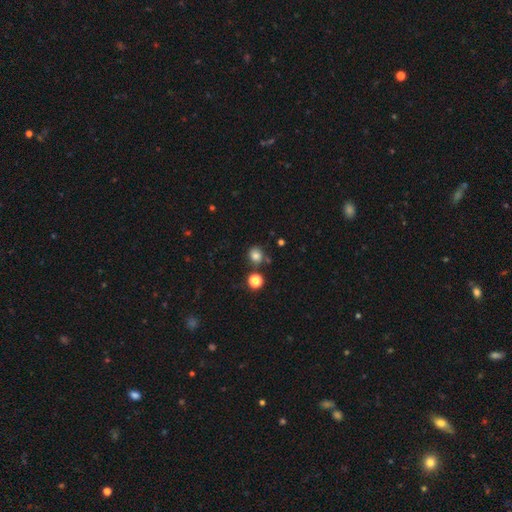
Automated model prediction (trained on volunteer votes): smooth-or-featured: smooth: 79% | star or artifact: 15% | featured or disk: 6%
  how-rounded: round: 77% | in between: 22% | cigar-shaped: 1%
  merging: none: 75% | minor disturbance: 12% | merger: 9% | major disturbance: 4%